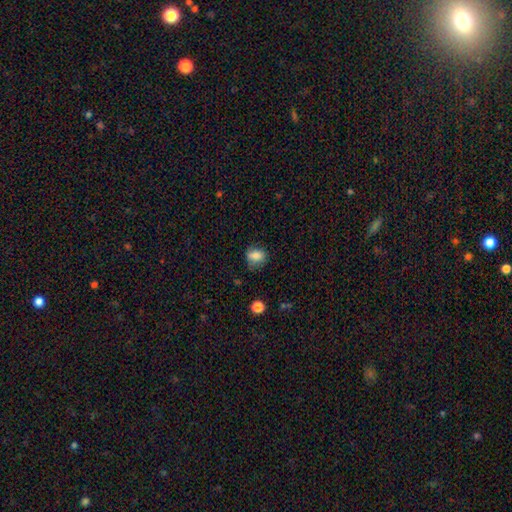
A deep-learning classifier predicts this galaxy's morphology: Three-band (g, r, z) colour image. It shows a smooth galaxy with no disk features (81%) that is in between round and cigar-shaped (51%). Merging: none (63%).